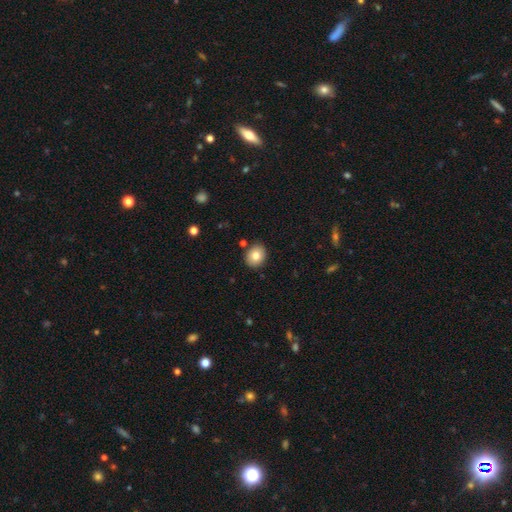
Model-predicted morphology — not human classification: Smooth or featured: smooth — 79% (featured or disk — 11%)
How rounded: round — 62% (in between — 37%)
Merging: none — 86% (minor disturbance — 9%)